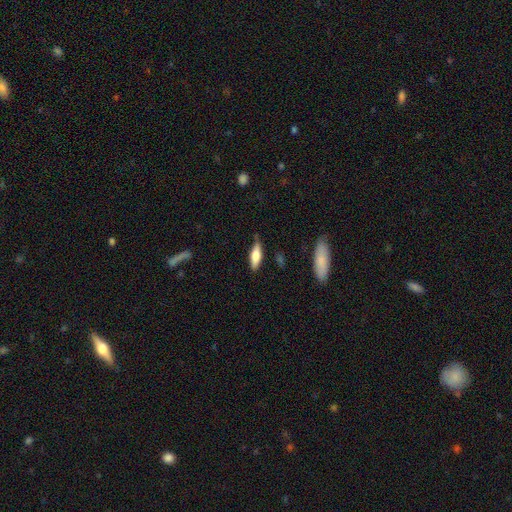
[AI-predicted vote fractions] A smooth galaxy with no disk features (64%) that is in between round and cigar-shaped (53%). Merging: none (80%).